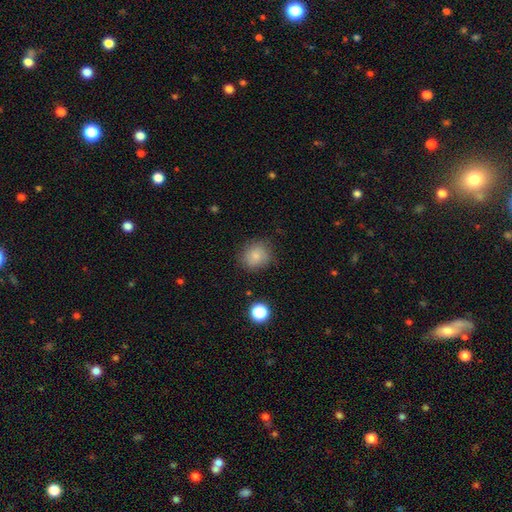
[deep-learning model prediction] Morphology: type=smooth (81%); roundness=round (81%); merging=none (79%).